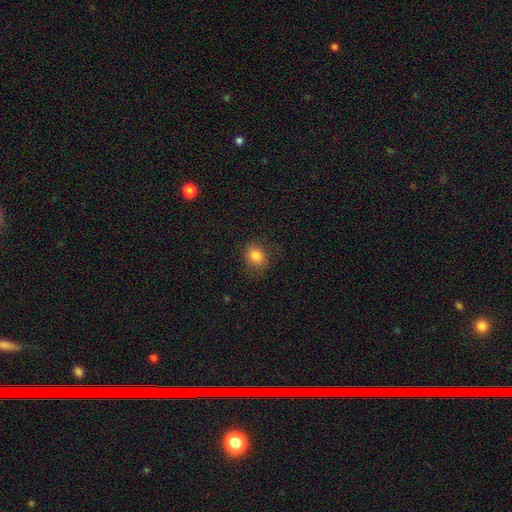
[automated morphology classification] A smooth galaxy with no disk features (84%) that is round (61%).

Vote fractions:
- Smooth or featured? smooth: 84% / star or artifact: 10% / featured or disk: 6%
- How rounded? round: 61% / in between: 38% / cigar-shaped: 1%
- Merging? none: 77% / minor disturbance: 16% / major disturbance: 6% / merger: 1%